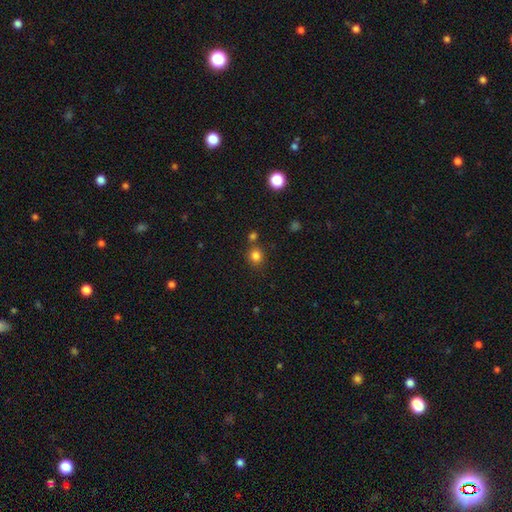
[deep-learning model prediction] This appears to be a smooth galaxy with no disk features (81%) that is round (85%). Merging: none (75%).